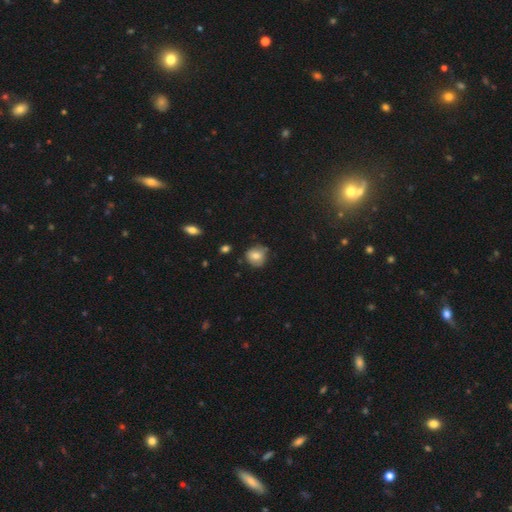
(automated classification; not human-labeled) Overall: smooth (74%). How rounded: round (81%). Merging: none (65%; minor disturbance 27%).